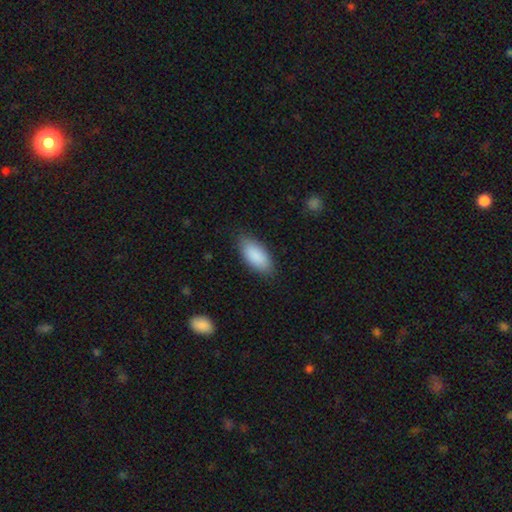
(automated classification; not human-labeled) This appears to be a smooth galaxy with no disk features (89%) that is in between round and cigar-shaped (89%). Merging: none (84%).